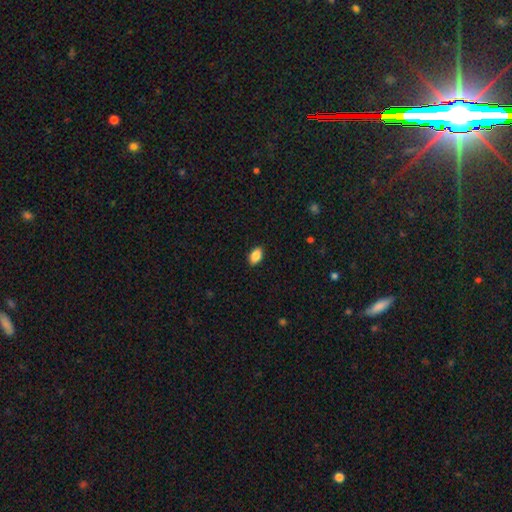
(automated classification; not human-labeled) This is clearly a smooth galaxy (88%). How rounded: clearly in between (91%). Merging: clearly none (90%).